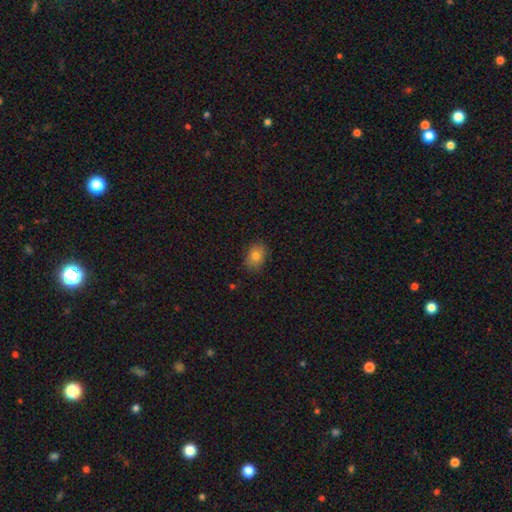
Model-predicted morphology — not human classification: smooth-or-featured: smooth: 81% | star or artifact: 10% | featured or disk: 9%
  how-rounded: in between: 70% | round: 29% | cigar-shaped: 1%
  merging: none: 84% | minor disturbance: 12% | major disturbance: 3% | merger: 1%